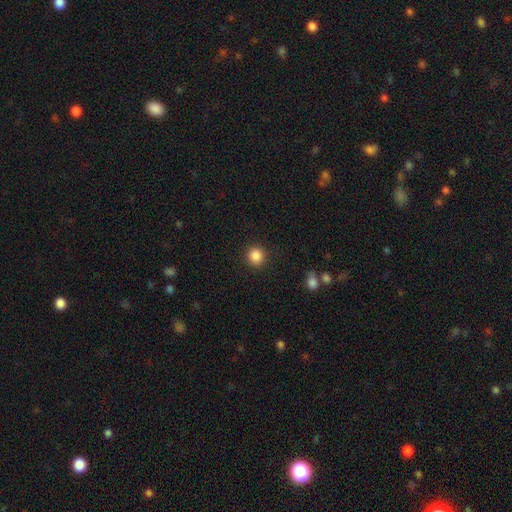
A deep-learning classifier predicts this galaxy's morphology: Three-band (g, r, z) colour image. It shows a smooth galaxy with no disk features (87%) that is round (90%). Merging: none (90%).